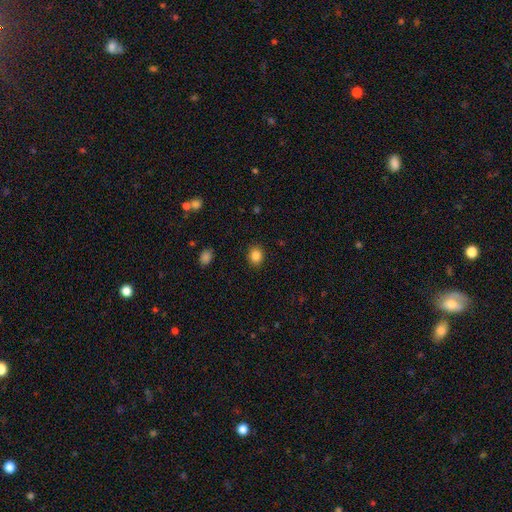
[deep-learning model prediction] Smooth or featured? smooth (85%)
How rounded? round (64%)
Merging? none (89%)